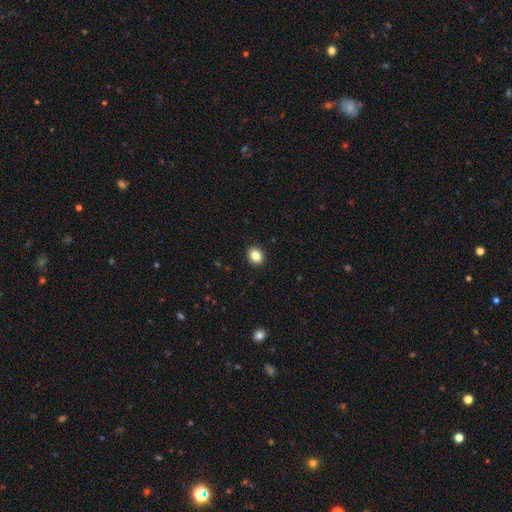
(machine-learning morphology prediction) This appears to be a smooth galaxy with no disk features (85%) that is round (61%). Merging: none (92%).